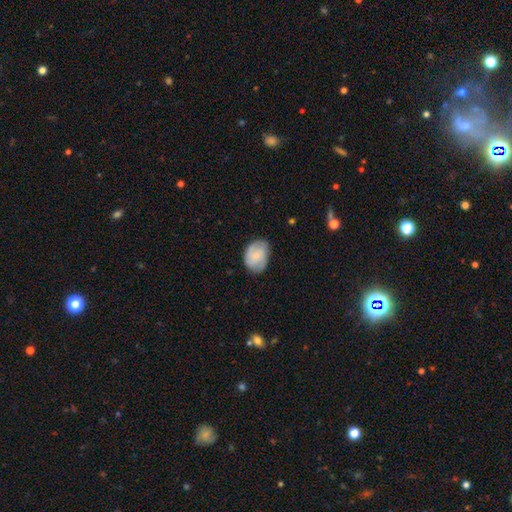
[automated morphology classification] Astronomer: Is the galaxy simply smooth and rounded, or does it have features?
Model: smooth — 56% (runner-up: featured or disk, 37%).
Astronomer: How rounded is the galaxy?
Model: in between — 69%.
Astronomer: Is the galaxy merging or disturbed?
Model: none — 72%.